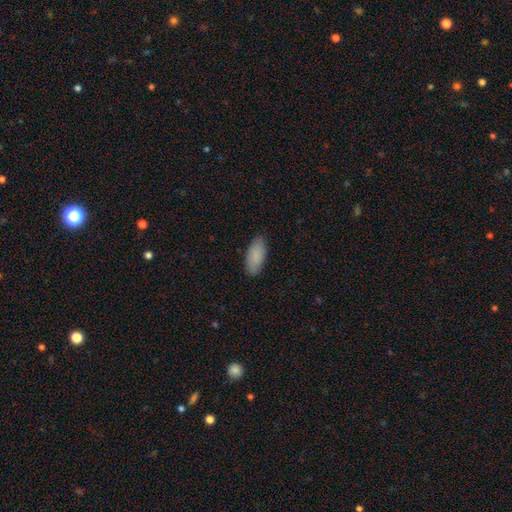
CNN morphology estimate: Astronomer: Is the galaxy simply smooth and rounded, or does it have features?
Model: smooth — 89%.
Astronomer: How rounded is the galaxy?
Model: in between — 87%.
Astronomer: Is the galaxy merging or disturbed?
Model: none — 86%.